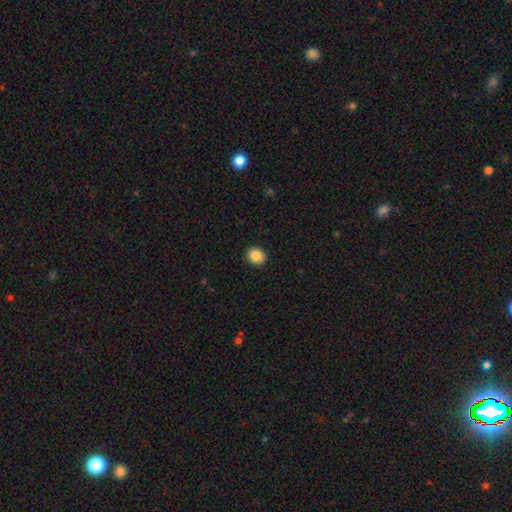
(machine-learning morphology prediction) smooth 85%, star or artifact 8%, featured or disk 6%. Down the decision tree: how rounded — round (69%); merging — none (92%).